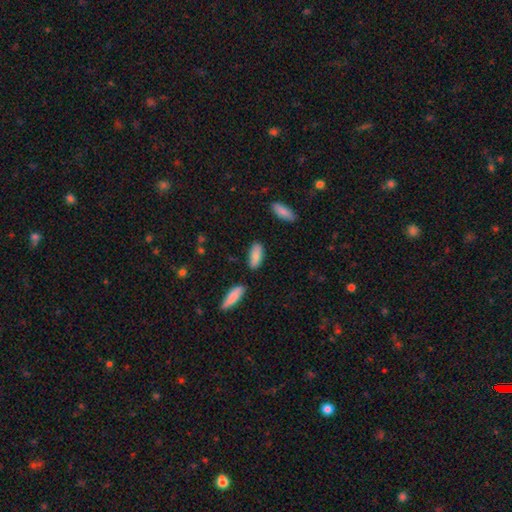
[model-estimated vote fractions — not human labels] The model was most divided on "how rounded": in between: 75%, cigar-shaped: 23%, round: 2%. More confident: smooth or featured — smooth (85%); merging — none (80%).